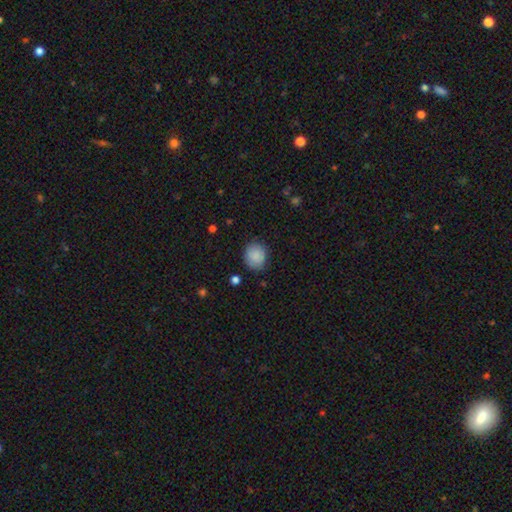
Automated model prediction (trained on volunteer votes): This is clearly a smooth galaxy (87%). How rounded: likely round (70%). Merging: clearly none (82%).